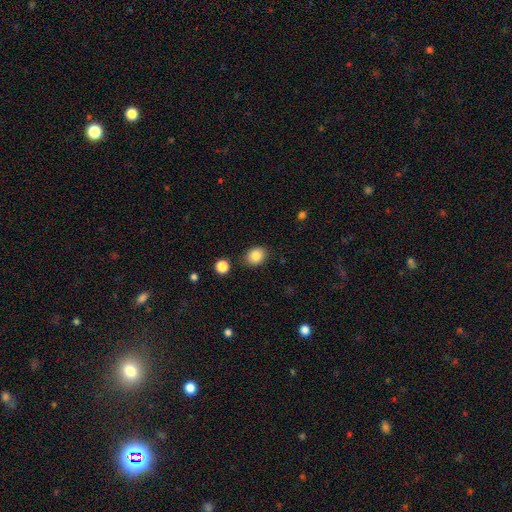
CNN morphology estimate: Overall: smooth (86%). How rounded: in between (55%; round 44%). Merging: none (83%).